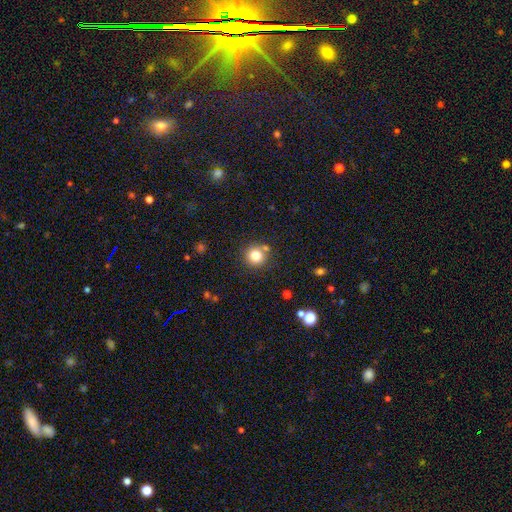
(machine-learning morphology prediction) type=smooth (80%); roundness=round (93%); merging=none (78%).